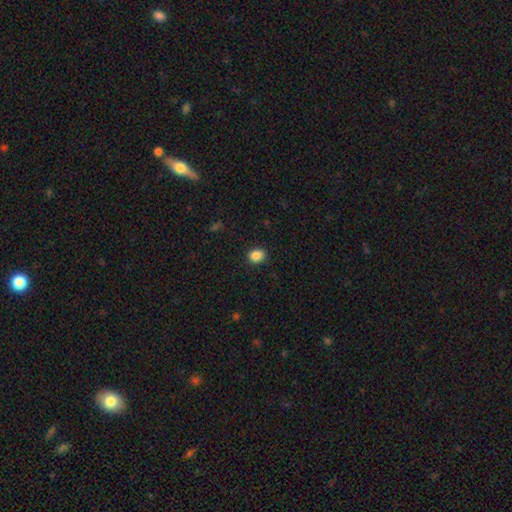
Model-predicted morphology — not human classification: A smooth galaxy with no disk features (86%) that is round (58%).

Vote fractions:
- Smooth or featured? smooth: 86% / star or artifact: 10% / featured or disk: 4%
- How rounded? round: 58% / in between: 41% / cigar-shaped: 1%
- Merging? none: 89% / minor disturbance: 8% / major disturbance: 2% / merger: 1%